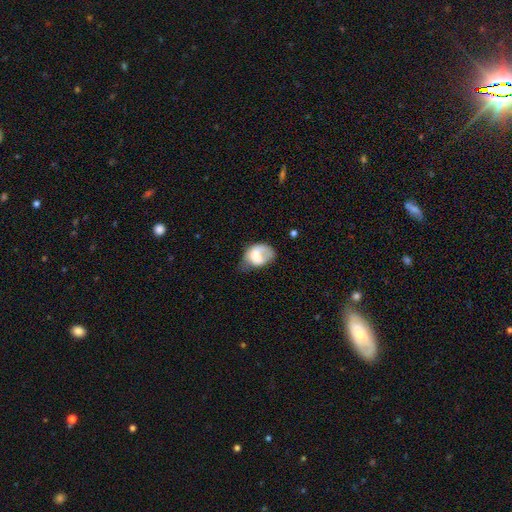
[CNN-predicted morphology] This is possibly a smooth galaxy (60%). How rounded: likely in between (68%). Merging: marginally minor disturbance (36%).